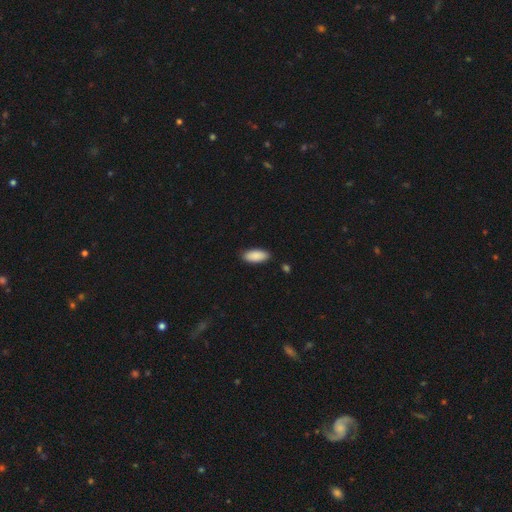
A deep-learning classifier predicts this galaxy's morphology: type=smooth (90%); roundness=in between (87%); merging=none (87%).